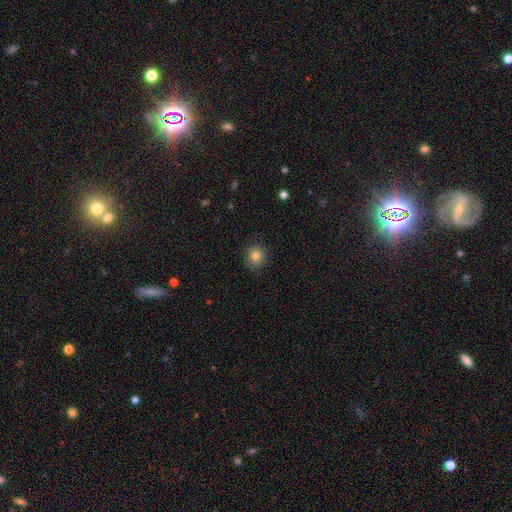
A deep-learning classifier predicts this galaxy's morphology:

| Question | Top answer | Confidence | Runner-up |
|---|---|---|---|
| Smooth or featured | smooth | 81% | star or artifact (12%) |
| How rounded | round | 84% | in between (15%) |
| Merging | none | 88% | minor disturbance (8%) |